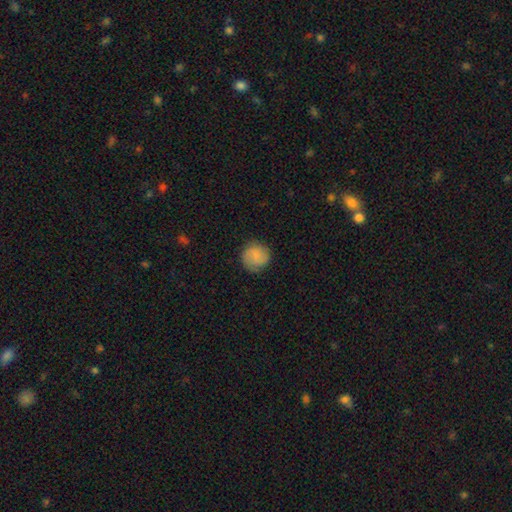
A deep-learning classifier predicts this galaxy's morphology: The model was most divided on "smooth or featured": smooth: 77%, featured or disk: 15%, star or artifact: 7%. More confident: how rounded — round (92%); merging — none (83%).